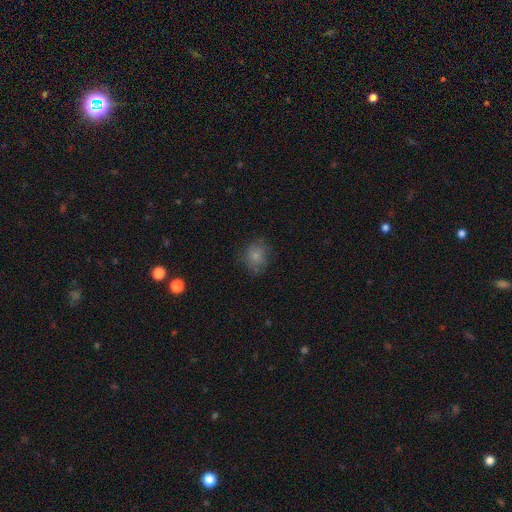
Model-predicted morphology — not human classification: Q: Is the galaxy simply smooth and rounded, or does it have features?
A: smooth — 79%.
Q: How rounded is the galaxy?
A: round — 71%.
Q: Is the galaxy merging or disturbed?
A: none — 72%.